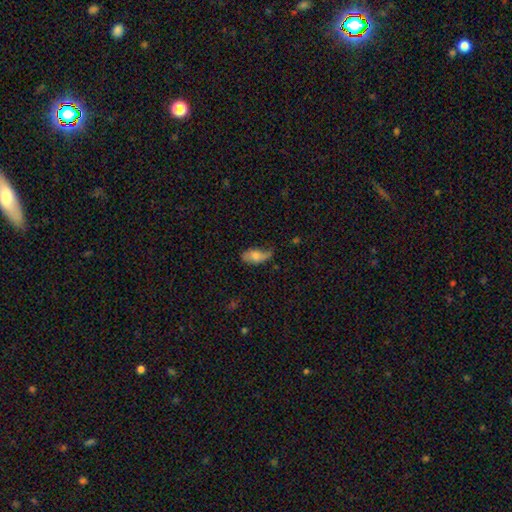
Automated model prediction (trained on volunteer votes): Smooth or featured? Predicted: smooth (p=0.64). How rounded? Predicted: in between (p=0.89). Merging? Predicted: none (p=0.41).